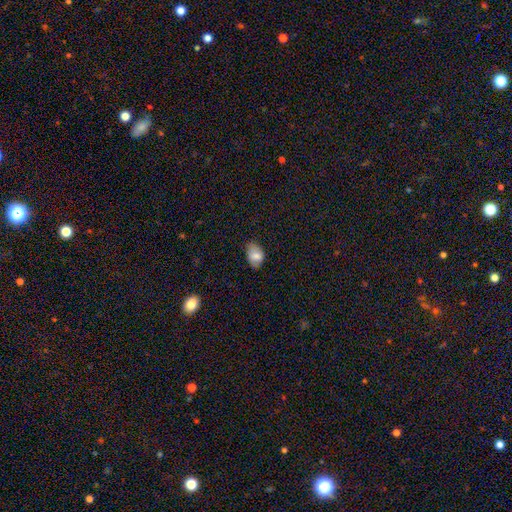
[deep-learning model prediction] smooth 80%, featured or disk 11%, star or artifact 8%. Down the decision tree: how rounded — in between (86%); merging — none (70%).